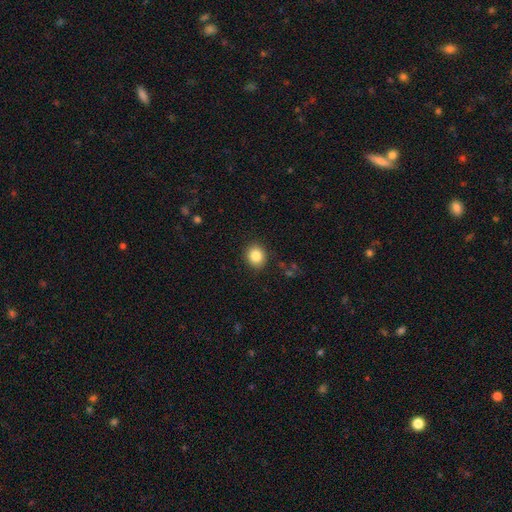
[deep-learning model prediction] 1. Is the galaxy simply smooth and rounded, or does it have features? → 85% smooth, 10% star or artifact, 5% featured or disk.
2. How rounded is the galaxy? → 78% round, 21% in between, 1% cigar-shaped.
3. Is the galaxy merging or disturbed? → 90% none, 7% minor disturbance, 2% major disturbance, 1% merger.